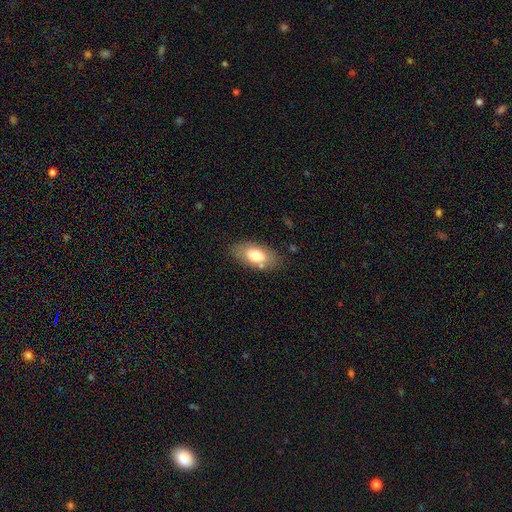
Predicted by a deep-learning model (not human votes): Morphology: type=smooth (72%); roundness=in between (91%); merging=none (76%).